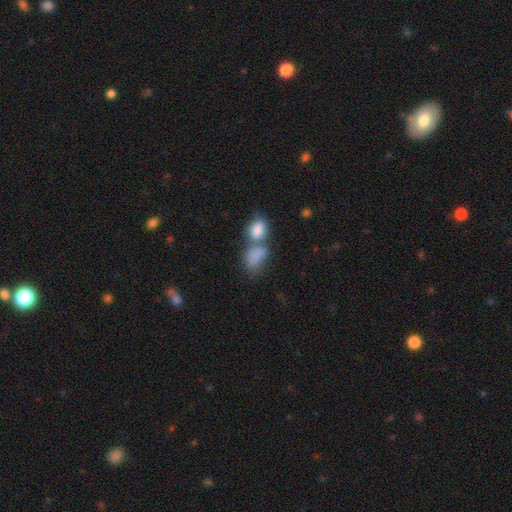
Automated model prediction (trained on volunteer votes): Smooth or featured?
  - smooth: 81% *
  - featured or disk: 11%
  - star or artifact: 8%
How rounded?
  - in between: 82% *
  - round: 15%
  - cigar-shaped: 2%
Merging?
  - merger: 63% *
  - none: 20%
  - minor disturbance: 9%
  - major disturbance: 8%